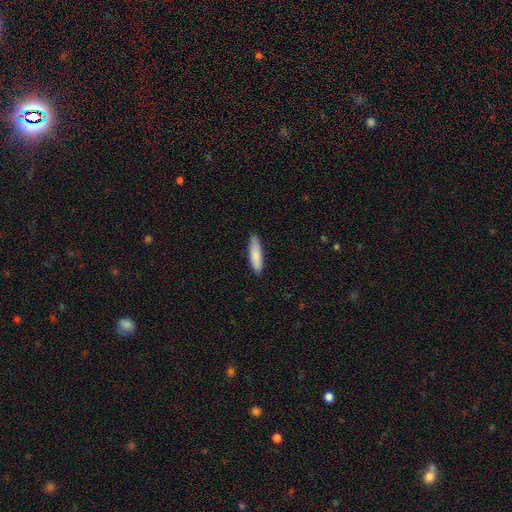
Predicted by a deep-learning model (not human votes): smooth-or-featured: smooth: 85% | featured or disk: 10% | star or artifact: 5%
  how-rounded: cigar-shaped: 76% | in between: 23% | round: 1%
  merging: none: 88% | minor disturbance: 9% | major disturbance: 2% | merger: 1%